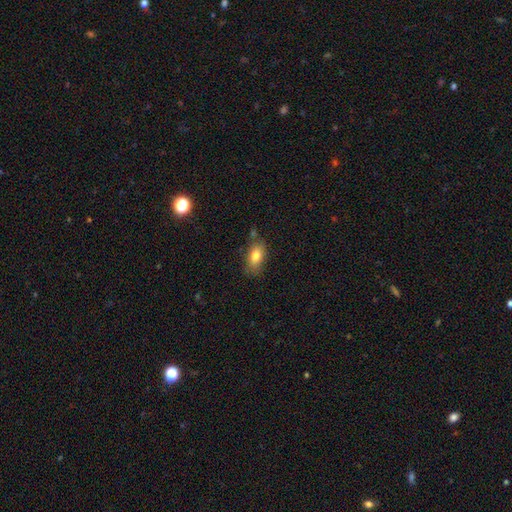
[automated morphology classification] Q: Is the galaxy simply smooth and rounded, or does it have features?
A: smooth — 79%.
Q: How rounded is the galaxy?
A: in between — 87%.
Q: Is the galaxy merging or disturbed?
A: none — 70%.